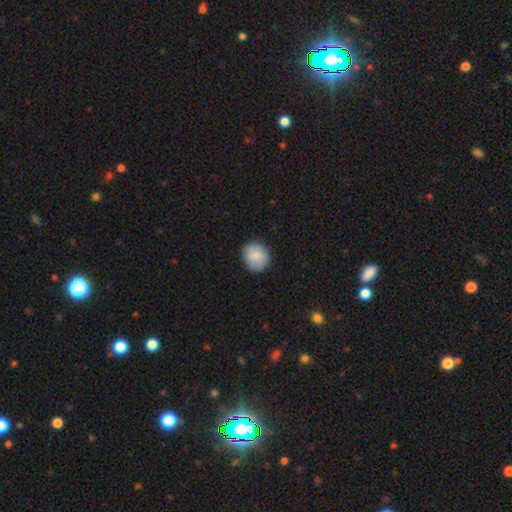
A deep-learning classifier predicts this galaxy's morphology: The model was most divided on "how rounded": round: 83%, in between: 16%, cigar-shaped: 1%. More confident: smooth or featured — smooth (86%); merging — none (86%).